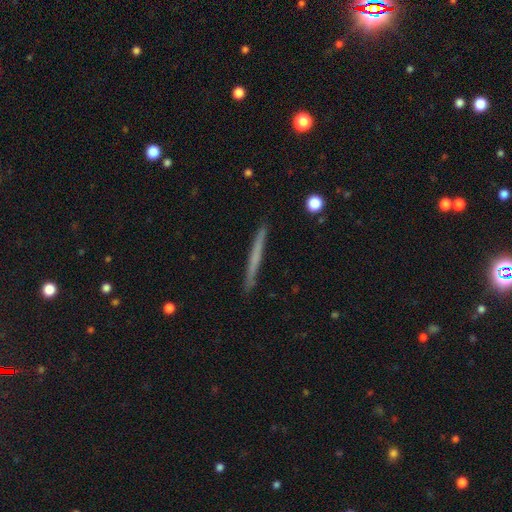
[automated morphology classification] smooth-or-featured: smooth: 52% | featured or disk: 42% | star or artifact: 6%
  how-rounded: cigar-shaped: 97% | in between: 2% | round: 1%
  merging: none: 91% | minor disturbance: 6% | major disturbance: 1% | merger: 1%